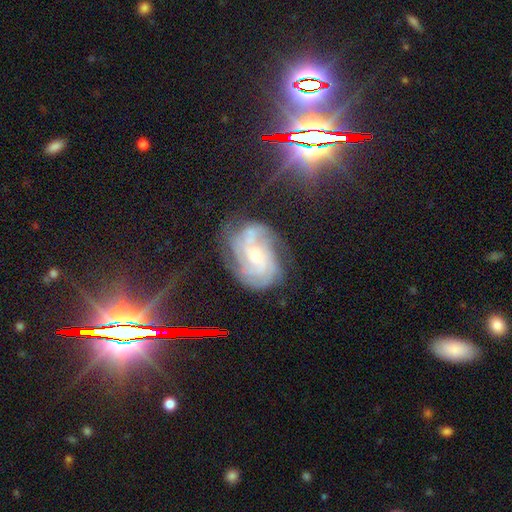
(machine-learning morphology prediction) Smooth or featured?
  - featured or disk: 80% *
  - smooth: 10%
  - star or artifact: 10%
Edge-on disk?
  - no: 97% *
  - yes: 3%
Bar?
  - no: 61% *
  - weak: 31%
  - strong: 8%
Spiral arms?
  - yes: 94% *
  - no: 6%
Spiral winding?
  - tight: 59% *
  - medium: 32%
  - loose: 9%
Spiral arm count?
  - can't tell: 31% *
  - 3: 22%
  - 4: 19%
  - 2: 14%
  - more than 4: 7%
  - 1: 6%
Bulge size?
  - small: 64% *
  - moderate: 30%
  - none: 3%
  - large: 2%
  - dominant: 1%
Merging?
  - none: 64% *
  - minor disturbance: 22%
  - major disturbance: 11%
  - merger: 4%